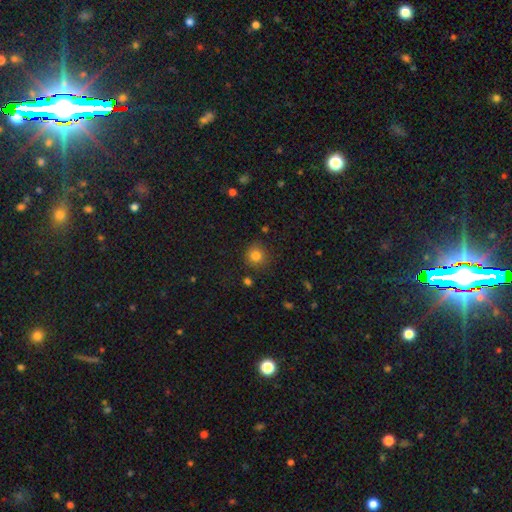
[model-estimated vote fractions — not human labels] This appears to be a smooth galaxy with no disk features (82%) that is round (89%). Merging: none (82%).